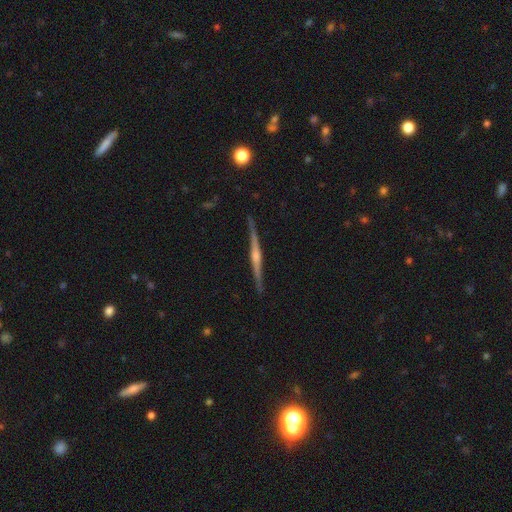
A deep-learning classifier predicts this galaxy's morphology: Smooth or featured: featured or disk — 82% (smooth — 11%)
Edge-on disk: yes — 98% (no — 2%)
Edge-on bulge: rounded — 80% (none — 11%)
Merging: none — 90% (minor disturbance — 7%)